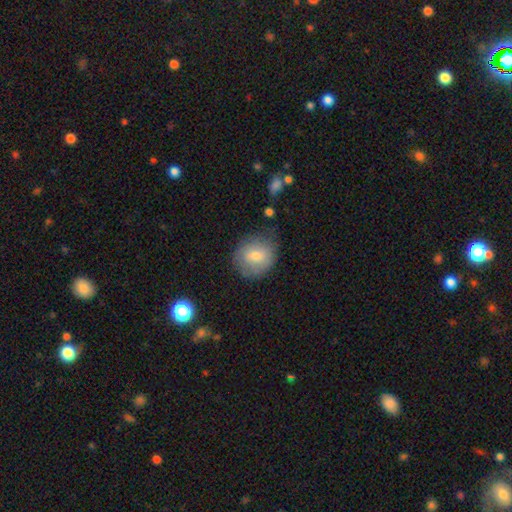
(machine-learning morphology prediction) smooth-or-featured: smooth: 73% | featured or disk: 19% | star or artifact: 8%
  how-rounded: round: 72% | in between: 27% | cigar-shaped: 1%
  merging: none: 70% | minor disturbance: 22% | major disturbance: 7% | merger: 2%